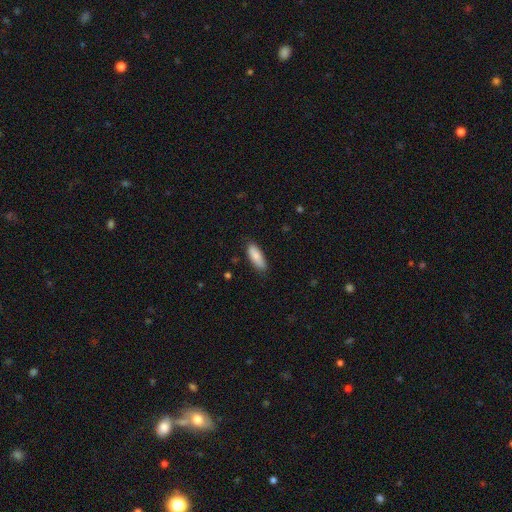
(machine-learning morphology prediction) Overall: smooth (85%). How rounded: in between (71%). Merging: none (80%).